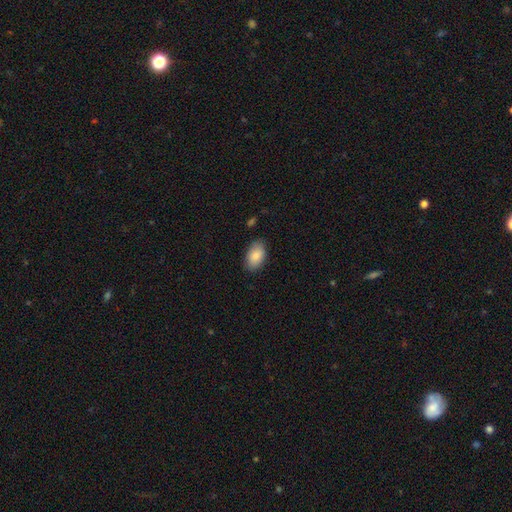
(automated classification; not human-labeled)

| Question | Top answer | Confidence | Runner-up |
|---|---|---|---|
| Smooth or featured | smooth | 88% | star or artifact (6%) |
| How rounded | in between | 93% | round (6%) |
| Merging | none | 84% | minor disturbance (12%) |